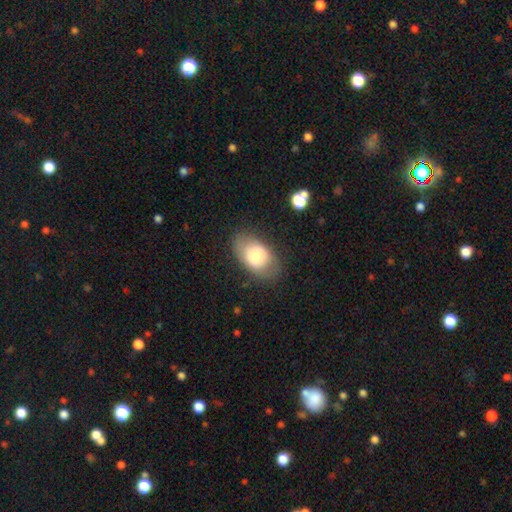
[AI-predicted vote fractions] smooth_or_featured: smooth (p=0.72) [alt: featured or disk p=0.20]
how_rounded: in between (p=0.89) [alt: round p=0.10]
merging: none (p=0.70) [alt: minor disturbance p=0.20]